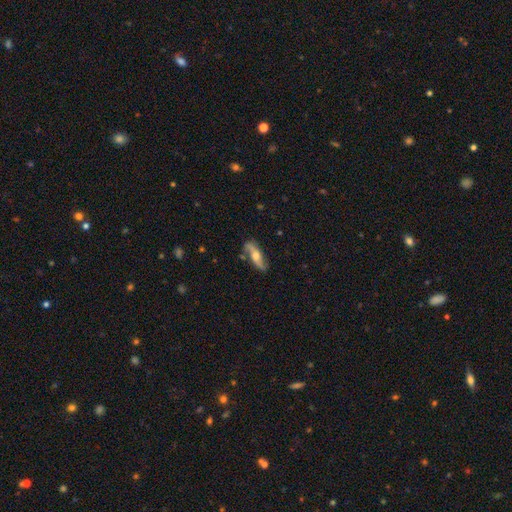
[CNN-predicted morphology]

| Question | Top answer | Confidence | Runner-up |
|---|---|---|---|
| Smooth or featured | featured or disk | 64% | smooth (30%) |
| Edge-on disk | no | 65% | yes (35%) |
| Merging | none | 75% | minor disturbance (17%) |